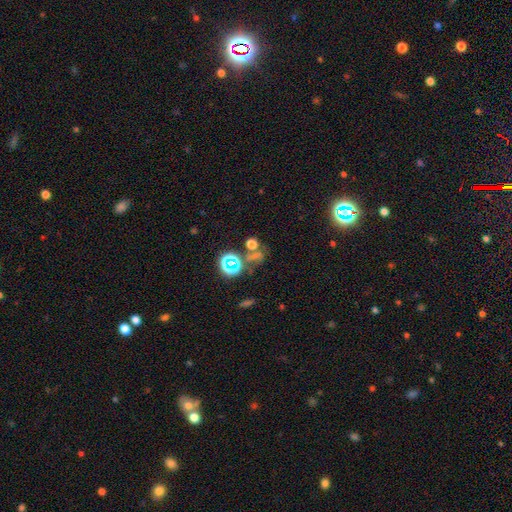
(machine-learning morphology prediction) smooth_or_featured: star or artifact (p=0.51) [alt: smooth p=0.34]